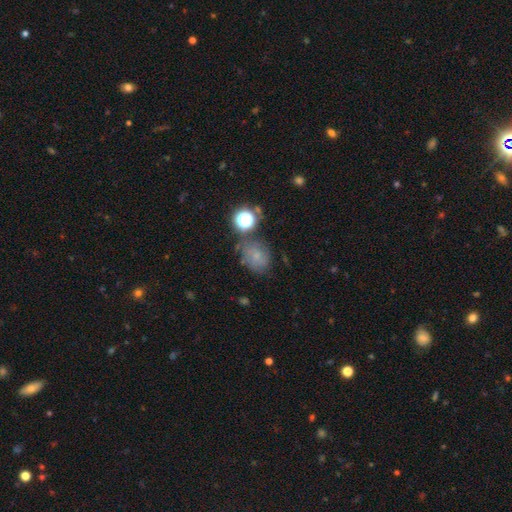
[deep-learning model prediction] smooth_or_featured: smooth (p=0.52) [alt: star or artifact p=0.28]
how_rounded: round (p=0.64) [alt: in between p=0.35]
merging: none (p=0.63) [alt: minor disturbance p=0.20]